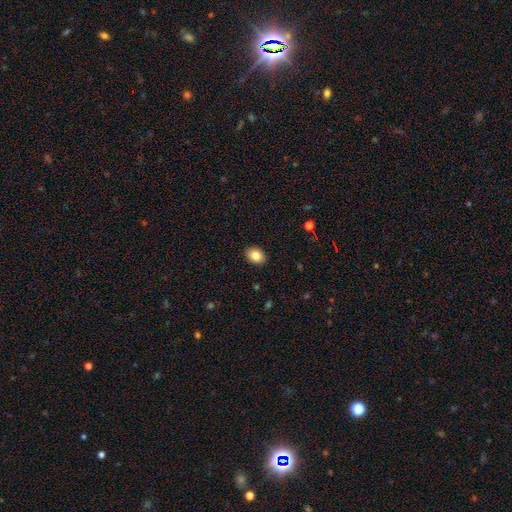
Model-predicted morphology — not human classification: Smooth or featured?
  - smooth: 84% *
  - star or artifact: 8%
  - featured or disk: 7%
How rounded?
  - in between: 73% *
  - round: 26%
  - cigar-shaped: 1%
Merging?
  - none: 90% *
  - minor disturbance: 7%
  - major disturbance: 2%
  - merger: 1%